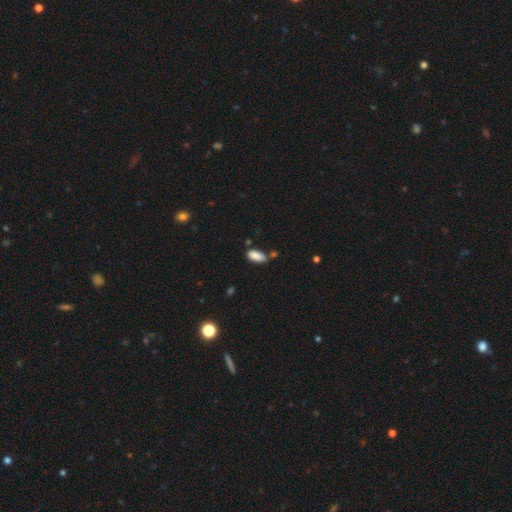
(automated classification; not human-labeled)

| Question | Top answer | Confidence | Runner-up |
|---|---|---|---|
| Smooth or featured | smooth | 88% | star or artifact (7%) |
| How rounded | in between | 86% | cigar-shaped (12%) |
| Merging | none | 70% | minor disturbance (18%) |